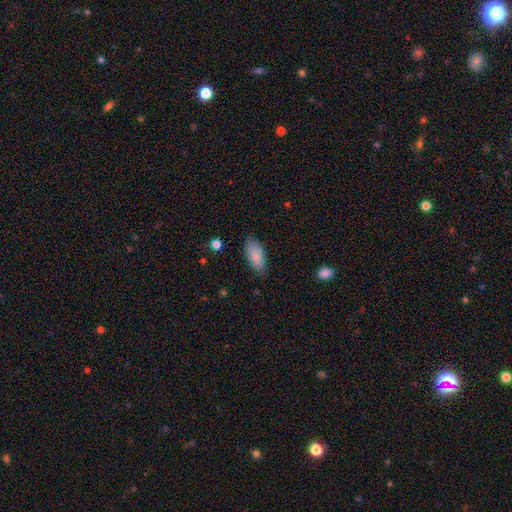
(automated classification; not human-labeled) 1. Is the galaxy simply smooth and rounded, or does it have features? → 85% smooth, 8% featured or disk, 6% star or artifact.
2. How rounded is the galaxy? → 89% in between, 9% cigar-shaped, 2% round.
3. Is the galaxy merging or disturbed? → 79% none, 16% minor disturbance, 3% major disturbance, 1% merger.